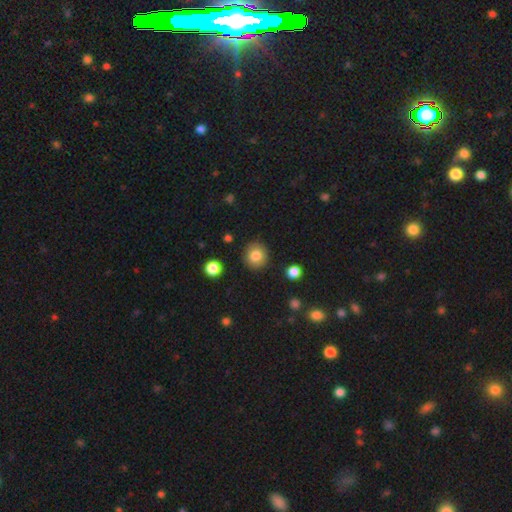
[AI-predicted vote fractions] This is clearly a smooth galaxy (82%). How rounded: clearly round (89%). Merging: clearly none (89%).